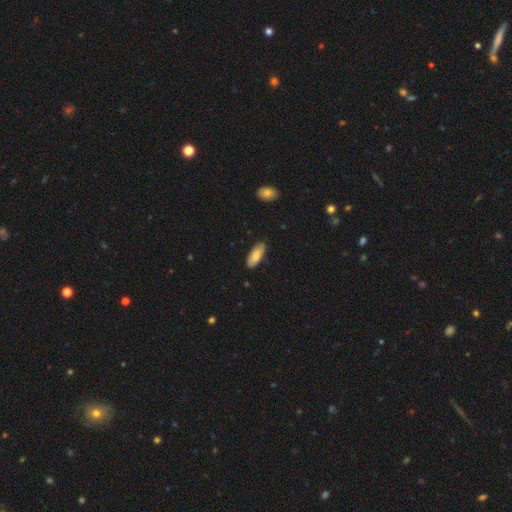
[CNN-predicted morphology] type=smooth (82%); roundness=in between (78%); merging=none (81%).